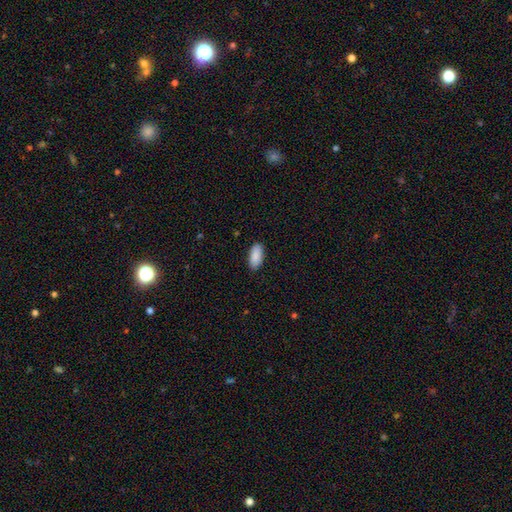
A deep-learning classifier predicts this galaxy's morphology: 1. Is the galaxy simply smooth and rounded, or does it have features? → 90% smooth, 6% star or artifact, 4% featured or disk.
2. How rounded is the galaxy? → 91% in between, 7% cigar-shaped, 2% round.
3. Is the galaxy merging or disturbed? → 88% none, 9% minor disturbance, 2% major disturbance, 1% merger.